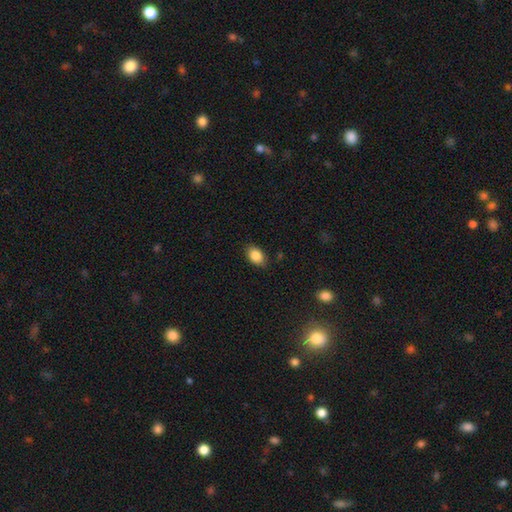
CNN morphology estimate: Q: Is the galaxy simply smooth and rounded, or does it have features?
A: smooth — 87%.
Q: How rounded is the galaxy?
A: in between — 84%.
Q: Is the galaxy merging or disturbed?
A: none — 84%.